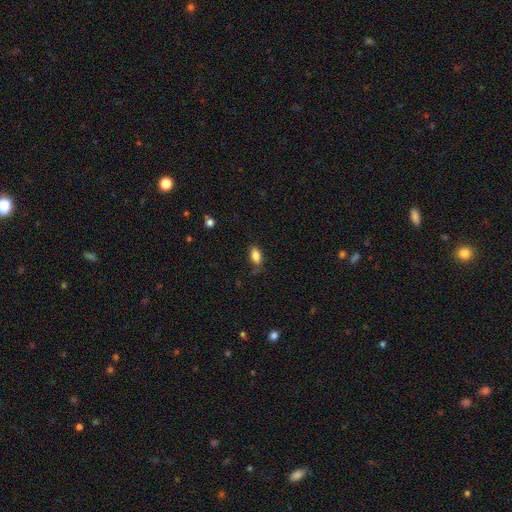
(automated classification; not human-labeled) A smooth galaxy with no disk features (85%) that is in between round and cigar-shaped (89%).

Vote fractions:
- Smooth or featured? smooth: 85% / star or artifact: 8% / featured or disk: 6%
- How rounded? in between: 89% / cigar-shaped: 6% / round: 6%
- Merging? none: 72% / minor disturbance: 21% / major disturbance: 5% / merger: 2%